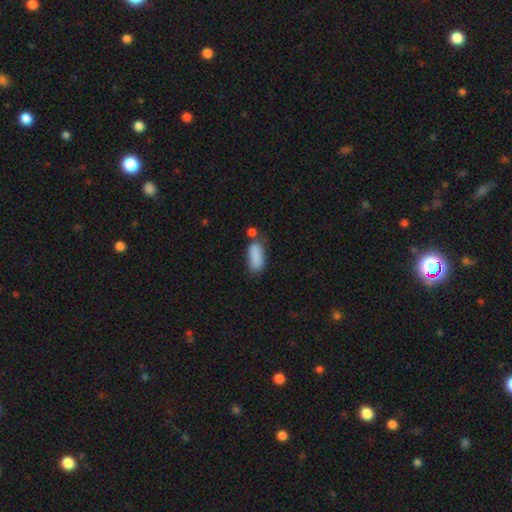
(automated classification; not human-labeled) Smooth or featured?
  - smooth: 86% *
  - star or artifact: 8%
  - featured or disk: 6%
How rounded?
  - in between: 82% *
  - cigar-shaped: 15%
  - round: 3%
Merging?
  - none: 50% *
  - minor disturbance: 23%
  - merger: 18%
  - major disturbance: 8%